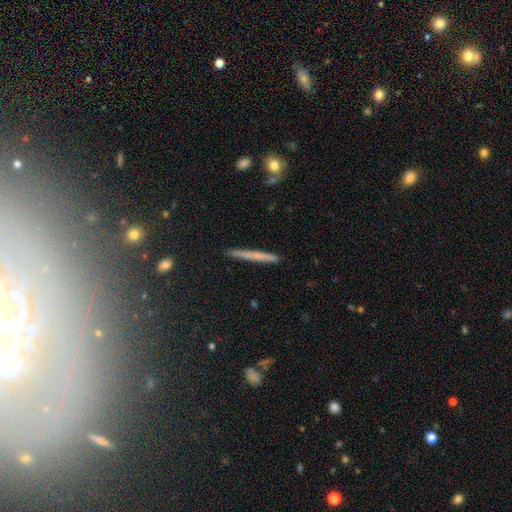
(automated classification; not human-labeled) Morphology: type=smooth (49%); merging=none (90%).